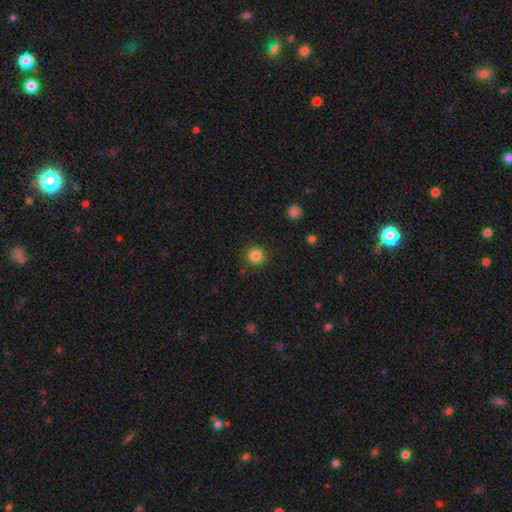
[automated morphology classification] Smooth or featured?
  - smooth: 85% *
  - star or artifact: 11%
  - featured or disk: 4%
How rounded?
  - round: 94% *
  - in between: 5%
  - cigar-shaped: 1%
Merging?
  - none: 89% *
  - minor disturbance: 7%
  - major disturbance: 3%
  - merger: 1%